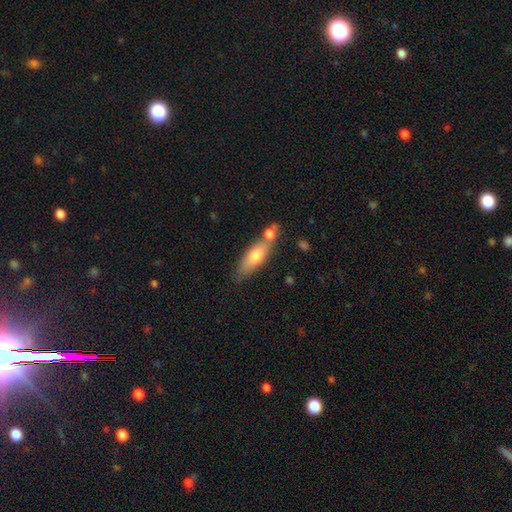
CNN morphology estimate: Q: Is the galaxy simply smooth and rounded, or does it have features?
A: smooth — 66%.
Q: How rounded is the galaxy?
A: in between — 49%.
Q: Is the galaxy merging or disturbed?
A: none — 54%.